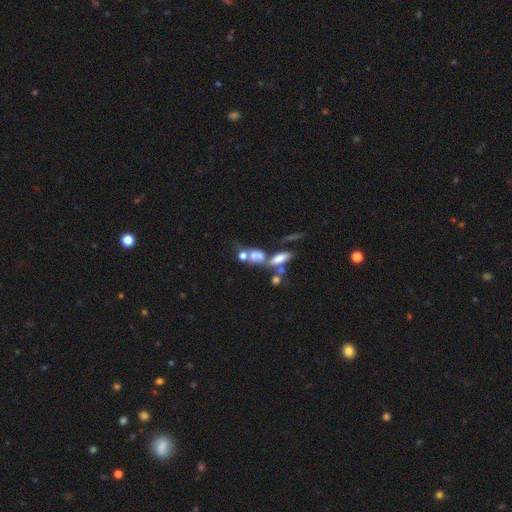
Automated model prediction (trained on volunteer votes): Morphology: type=smooth (51%); roundness=in between (57%); merging=merger (58%).